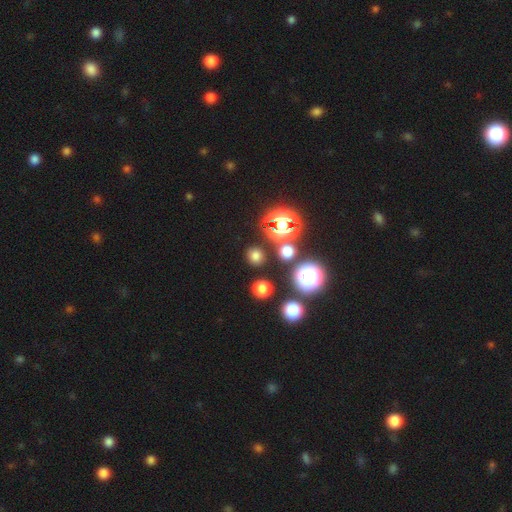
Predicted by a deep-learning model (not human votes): The model was most divided on "smooth or featured": smooth: 67%, star or artifact: 27%, featured or disk: 6%. More confident: merging — none (86%); how rounded — round (86%).